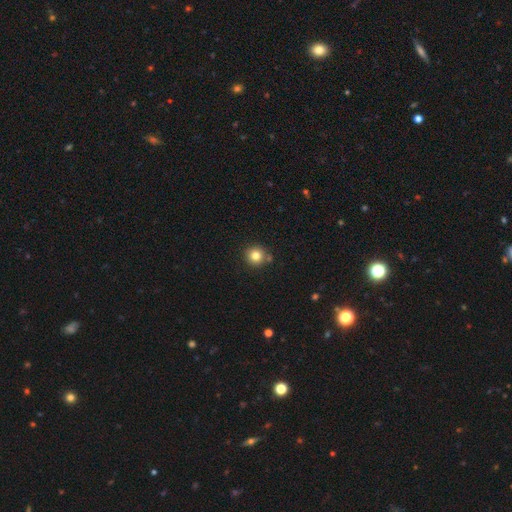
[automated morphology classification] This appears to be a smooth galaxy with no disk features (81%) that is round (93%). Merging: none (80%).